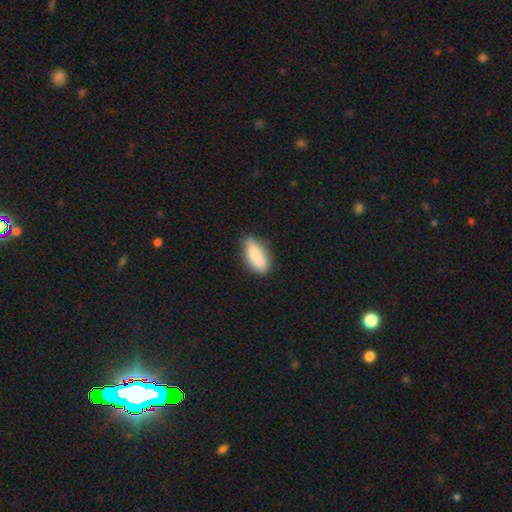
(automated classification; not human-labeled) smooth_or_featured: smooth (p=0.77) [alt: featured or disk p=0.17]
how_rounded: in between (p=0.80) [alt: cigar-shaped p=0.17]
merging: none (p=0.74) [alt: minor disturbance p=0.20]